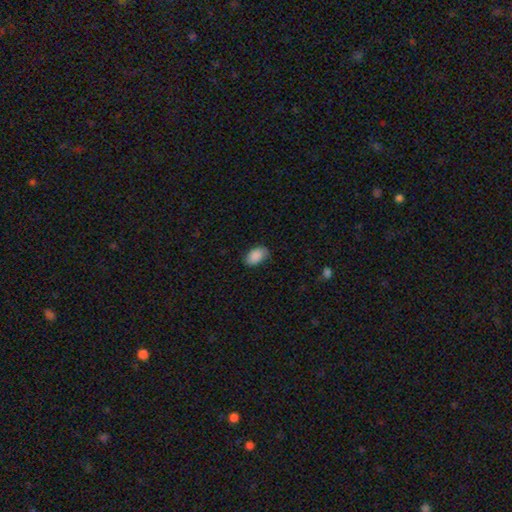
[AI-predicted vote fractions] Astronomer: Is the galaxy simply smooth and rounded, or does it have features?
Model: smooth — 88%.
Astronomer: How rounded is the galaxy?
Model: in between — 90%.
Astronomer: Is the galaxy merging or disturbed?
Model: none — 80%.